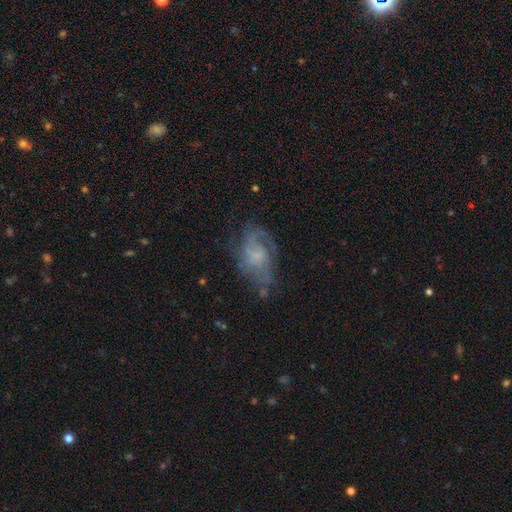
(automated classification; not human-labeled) The model was most divided on "spiral arm count": 2: 37%, can't tell: 31%, 3: 14%, 1: 9%, 4: 5%, more than 4: 4%. Remaining: edge-on disk — no (97%); spiral arms — yes (85%); smooth or featured — featured or disk (72%); bar — no (66%); merging — none (56%); bulge size — small (49%); spiral winding — medium (45%).